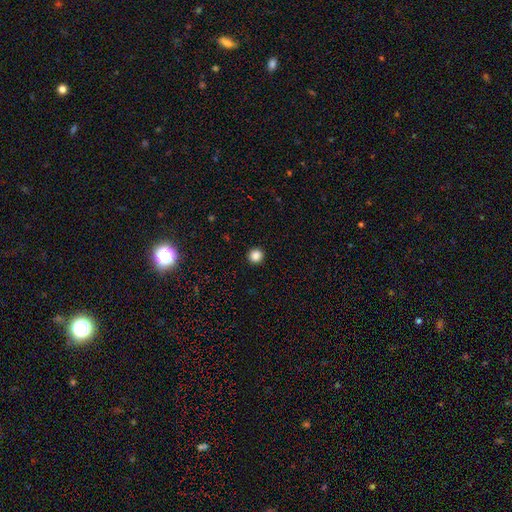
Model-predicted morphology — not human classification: Smooth or featured?
  - smooth: 86% *
  - star or artifact: 11%
  - featured or disk: 3%
How rounded?
  - round: 95% *
  - in between: 4%
  - cigar-shaped: 1%
Merging?
  - none: 93% *
  - minor disturbance: 4%
  - major disturbance: 2%
  - merger: 1%